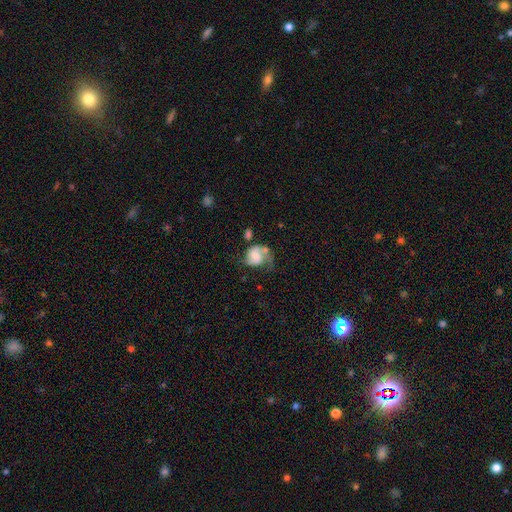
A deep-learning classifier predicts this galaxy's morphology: Smooth or featured? Predicted: featured or disk (p=0.57). Edge-on disk? Predicted: no (p=0.98). Bar? Predicted: no (p=0.57). Spiral arms? Predicted: yes (p=0.82). Bulge size? Predicted: none (p=0.27). Merging? Predicted: major disturbance (p=0.32).